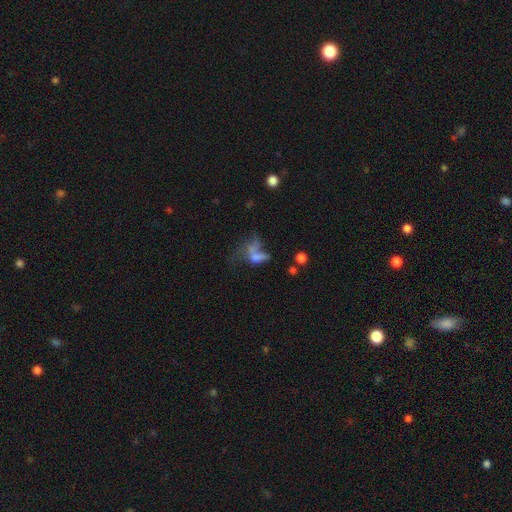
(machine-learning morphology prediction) smooth-or-featured: smooth: 49% | featured or disk: 32% | star or artifact: 18%
  merging: major disturbance: 34% | merger: 30% | none: 23% | minor disturbance: 13%